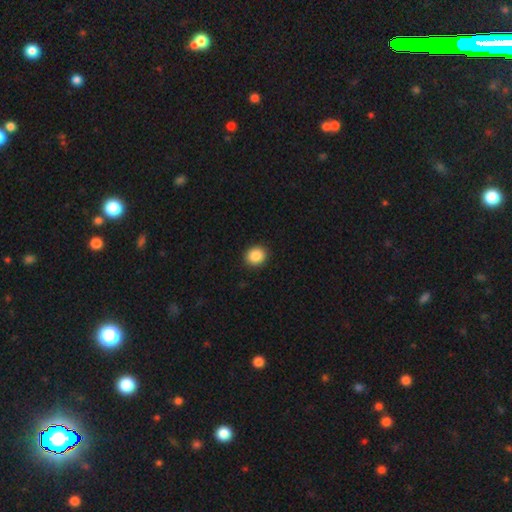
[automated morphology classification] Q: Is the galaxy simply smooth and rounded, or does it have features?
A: smooth — 87%.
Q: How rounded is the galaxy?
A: round — 83%.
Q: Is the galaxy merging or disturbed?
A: none — 92%.